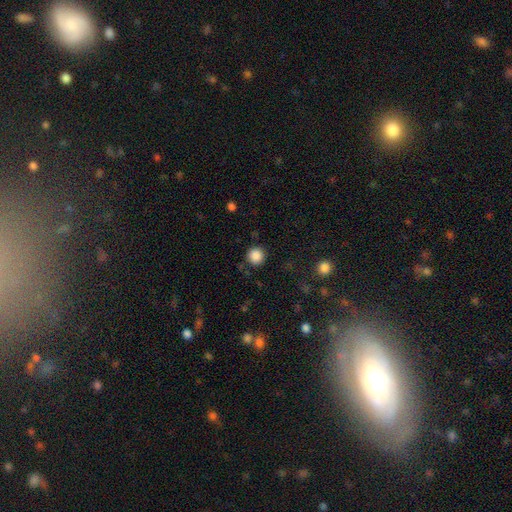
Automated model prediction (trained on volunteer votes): smooth 87%, star or artifact 10%, featured or disk 3%. Down the decision tree: how rounded — round (94%); merging — none (89%).